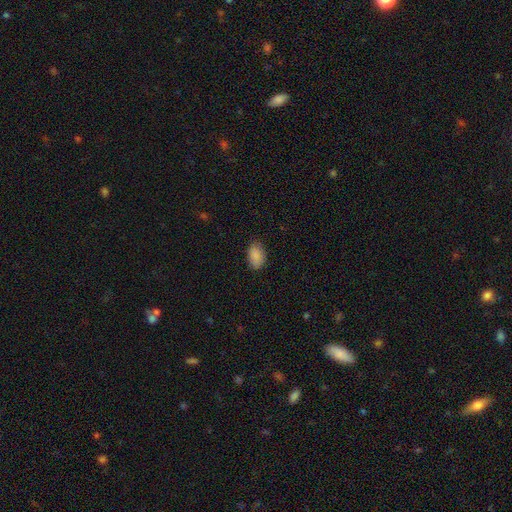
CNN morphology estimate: smooth-or-featured: smooth: 88% | star or artifact: 8% | featured or disk: 4%
  how-rounded: in between: 90% | round: 8% | cigar-shaped: 1%
  merging: none: 82% | minor disturbance: 14% | major disturbance: 3% | merger: 1%